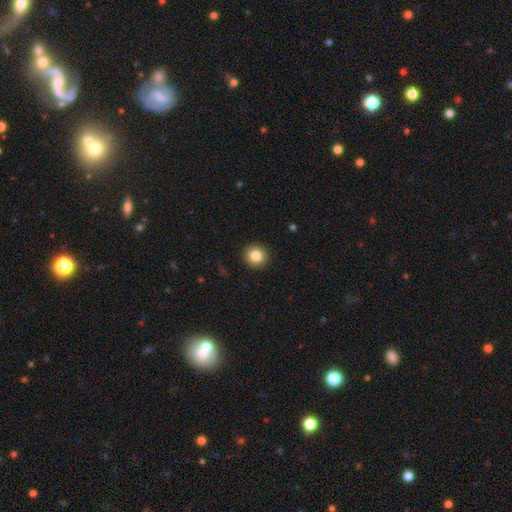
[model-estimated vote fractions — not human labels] Smooth or featured: smooth — 84% (star or artifact — 10%)
How rounded: round — 93% (in between — 6%)
Merging: none — 92% (minor disturbance — 5%)